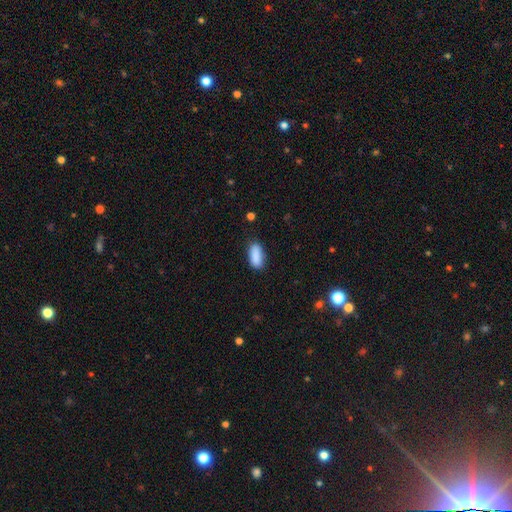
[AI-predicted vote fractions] Smooth or featured? smooth (89%)
How rounded? in between (83%)
Merging? none (83%)